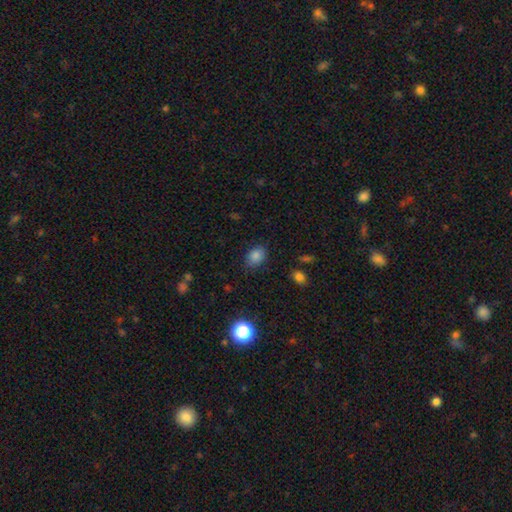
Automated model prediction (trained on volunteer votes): This is clearly a smooth galaxy (83%). How rounded: likely in between (66%). Merging: clearly none (81%).